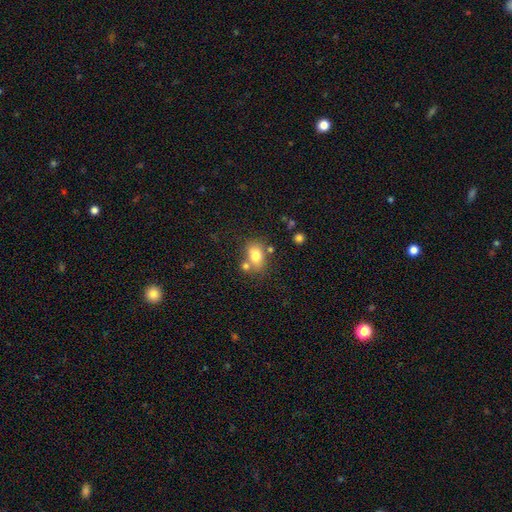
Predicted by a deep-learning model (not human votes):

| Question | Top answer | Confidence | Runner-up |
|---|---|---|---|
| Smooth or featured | smooth | 77% | featured or disk (13%) |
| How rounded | in between | 73% | round (26%) |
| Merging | none | 60% | merger (21%) |